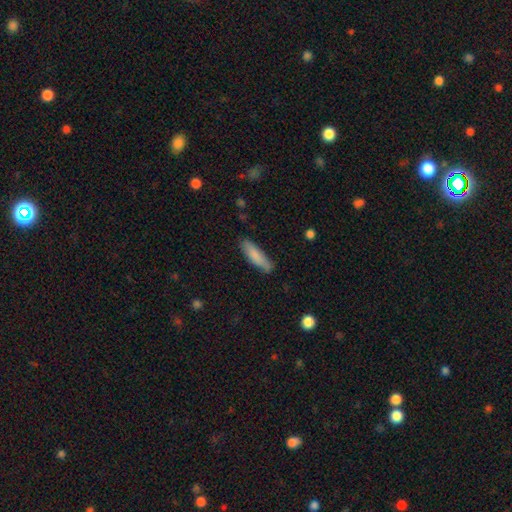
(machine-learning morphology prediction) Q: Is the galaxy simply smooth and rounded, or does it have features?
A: smooth — 82%.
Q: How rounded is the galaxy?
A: cigar-shaped — 67%.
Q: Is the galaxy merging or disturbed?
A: none — 80%.